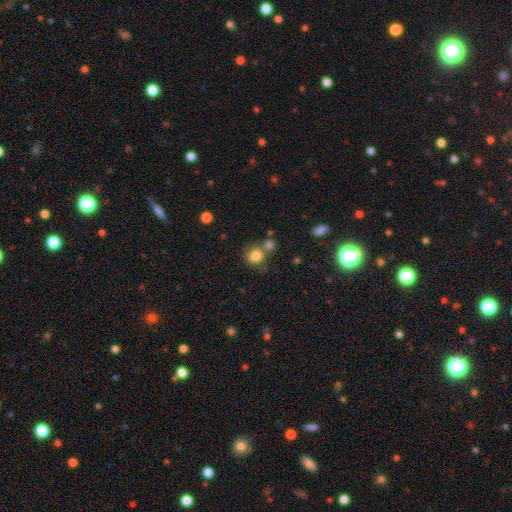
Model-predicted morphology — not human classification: Smooth or featured? Predicted: smooth (p=0.82). How rounded? Predicted: round (p=0.81). Merging? Predicted: none (p=0.58).